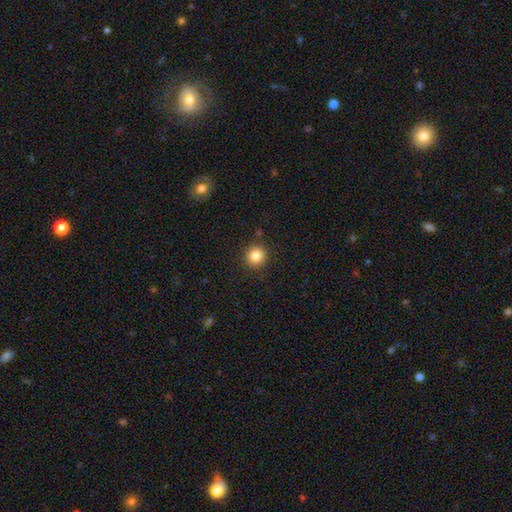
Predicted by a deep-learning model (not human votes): The model was most divided on "smooth or featured": smooth: 85%, star or artifact: 11%, featured or disk: 5%. More confident: how rounded — round (90%); merging — none (90%).